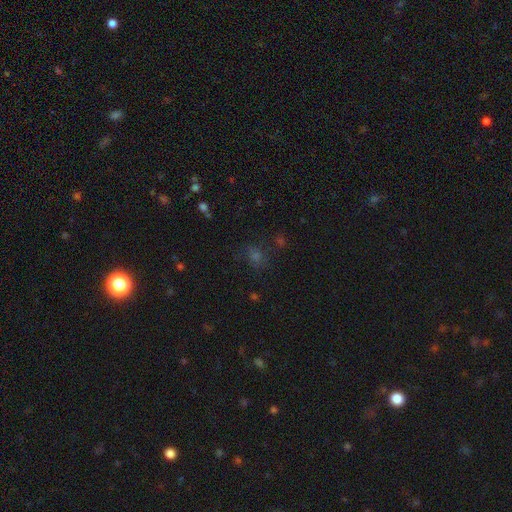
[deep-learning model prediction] Q: Smooth or featured?
A: star or artifact (45%); runner-up: smooth (42%)